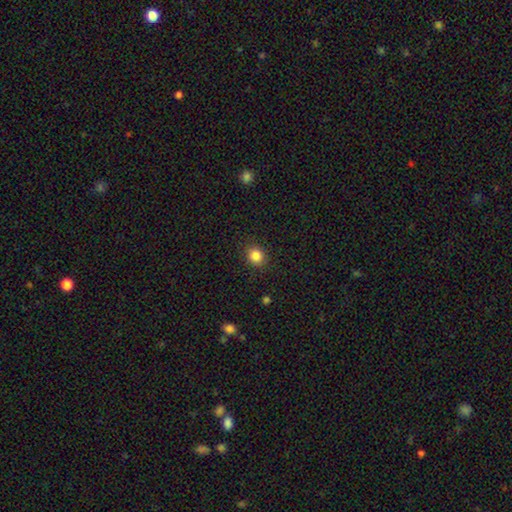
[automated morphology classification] This is clearly a smooth galaxy (84%). How rounded: likely round (78%). Merging: clearly none (89%).